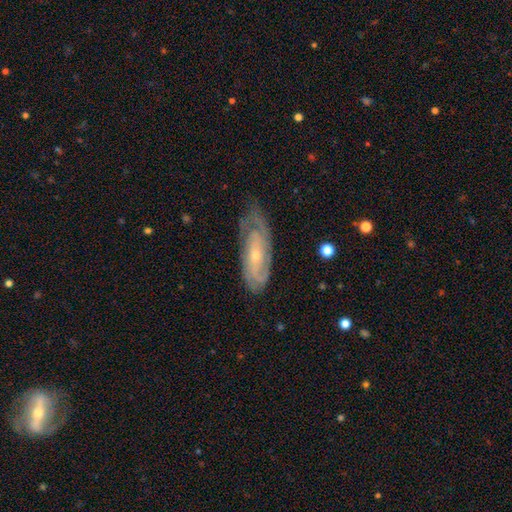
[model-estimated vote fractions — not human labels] The model was most divided on "spiral arm count": can't tell: 40%, 2: 34%, 3: 12%, 1: 6%, 4: 5%, more than 4: 3%. More confident: spiral arms — yes (92%); edge-on disk — no (89%); smooth or featured — featured or disk (80%); bulge size — small (70%); spiral winding — tight (67%); bar — no (66%); merging — none (64%).